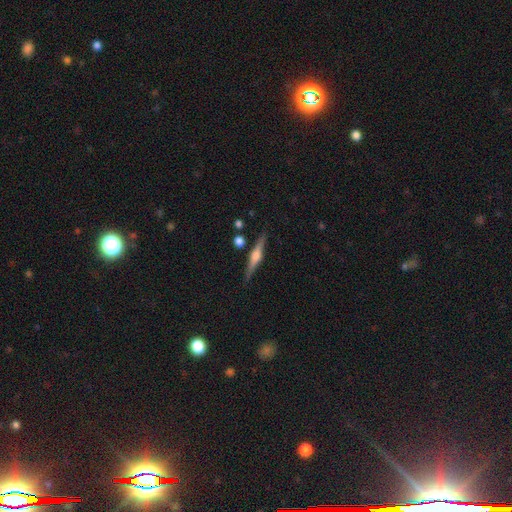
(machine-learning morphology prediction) A featured or disk galaxy (74%) viewed edge-on (98%) with a rounded central bulge (85%). Merging: none (87%).